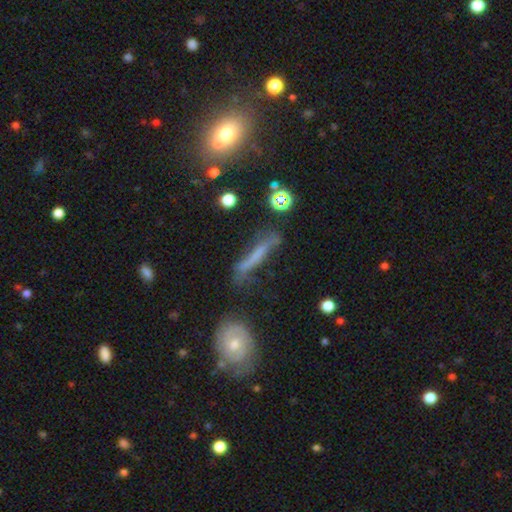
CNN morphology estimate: Smooth or featured? Predicted: featured or disk (p=0.45). Merging? Predicted: none (p=0.57).